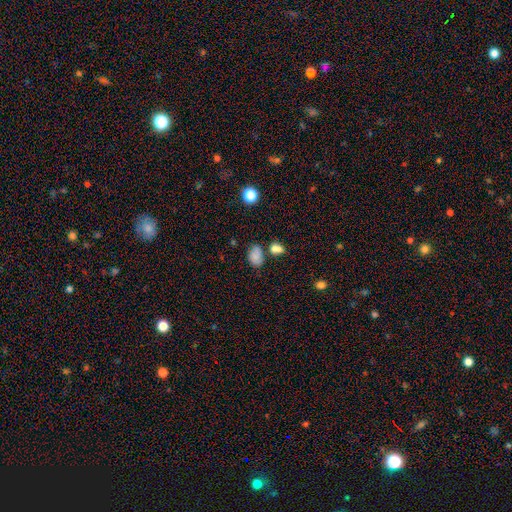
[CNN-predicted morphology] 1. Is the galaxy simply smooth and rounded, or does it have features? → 76% smooth, 13% star or artifact, 11% featured or disk.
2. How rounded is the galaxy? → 82% in between, 16% round, 1% cigar-shaped.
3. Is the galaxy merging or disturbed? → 56% none, 19% minor disturbance, 18% merger, 7% major disturbance.